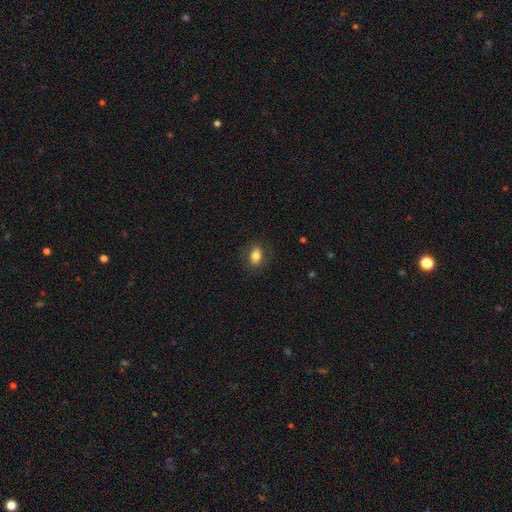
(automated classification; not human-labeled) Overall: smooth (80%). How rounded: in between (75%). Merging: none (84%).